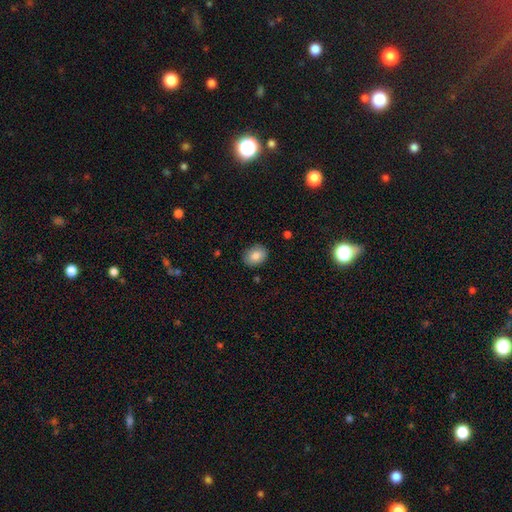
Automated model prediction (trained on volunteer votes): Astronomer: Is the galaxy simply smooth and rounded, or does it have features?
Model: smooth — 84%.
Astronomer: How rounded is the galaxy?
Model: in between — 61% (runner-up: round, 38%).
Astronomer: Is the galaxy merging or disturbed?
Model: none — 86%.